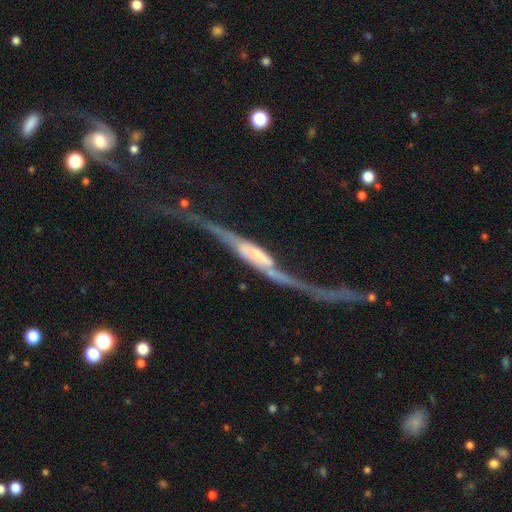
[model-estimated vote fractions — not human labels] Morphology: type=featured or disk (84%); edge-on=yes (62%); edge-on bulge=rounded (44%); merging=none (37%).